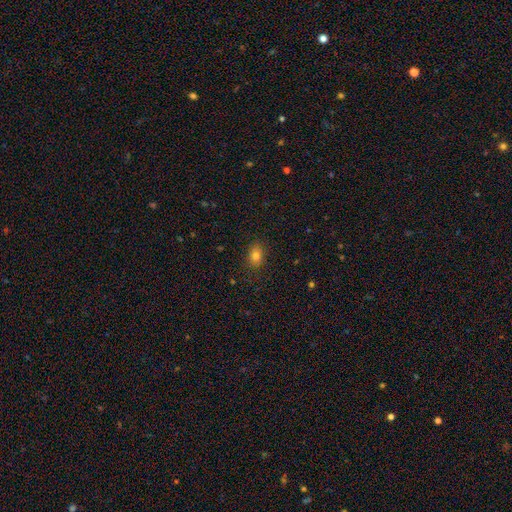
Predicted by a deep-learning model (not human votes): Morphology: type=smooth (80%); roundness=in between (70%); merging=none (87%).